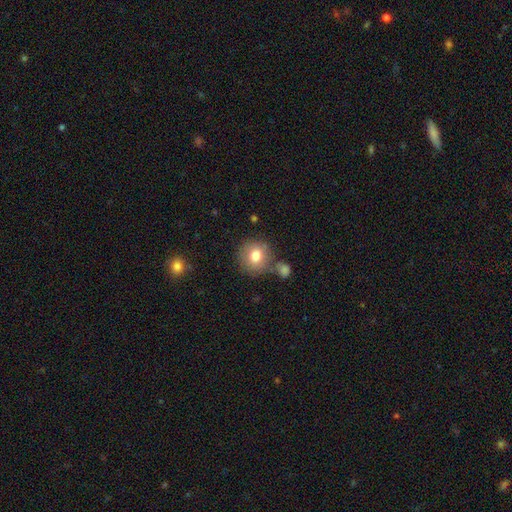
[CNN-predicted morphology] Q: Smooth or featured?
A: smooth (77%); runner-up: featured or disk (13%)
Q: How rounded?
A: round (90%); runner-up: in between (9%)
Q: Merging?
A: none (73%); runner-up: minor disturbance (12%)